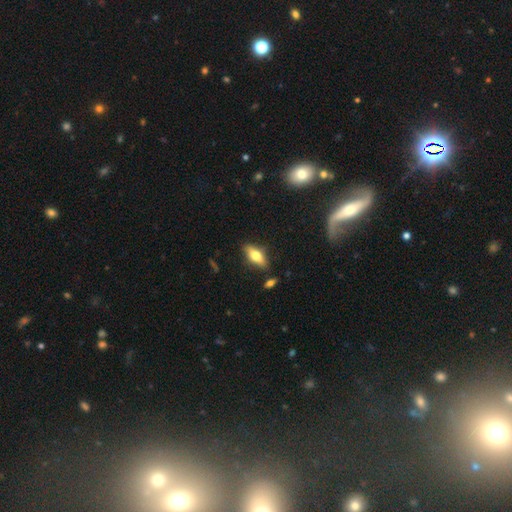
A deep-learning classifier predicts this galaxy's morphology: The model was most divided on "smooth or featured": smooth: 63%, featured or disk: 30%, star or artifact: 7%. More confident: merging — none (83%); how rounded — in between (73%).